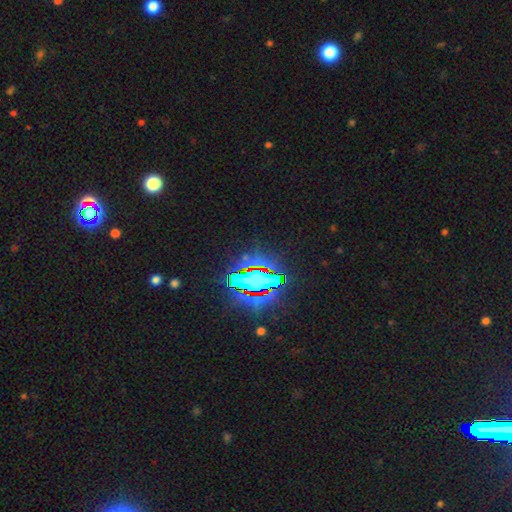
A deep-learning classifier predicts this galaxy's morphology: This is clearly a star or artifact rather than a galaxy (84%).